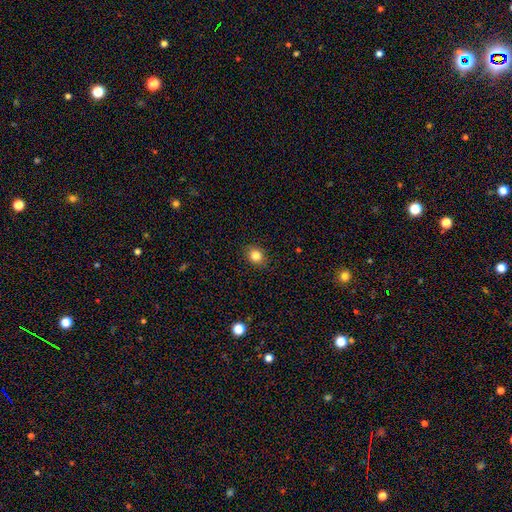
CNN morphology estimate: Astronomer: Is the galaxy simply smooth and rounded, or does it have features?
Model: smooth — 83%.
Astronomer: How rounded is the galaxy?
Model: round — 68%.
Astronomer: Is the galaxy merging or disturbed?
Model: none — 90%.